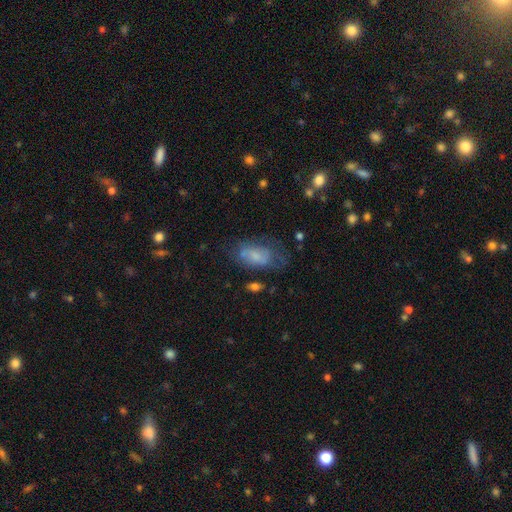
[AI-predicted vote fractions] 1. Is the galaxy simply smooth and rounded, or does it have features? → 59% smooth, 31% featured or disk, 10% star or artifact.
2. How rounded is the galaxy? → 89% in between, 6% round, 5% cigar-shaped.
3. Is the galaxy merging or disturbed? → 46% none, 28% minor disturbance, 22% major disturbance, 4% merger.